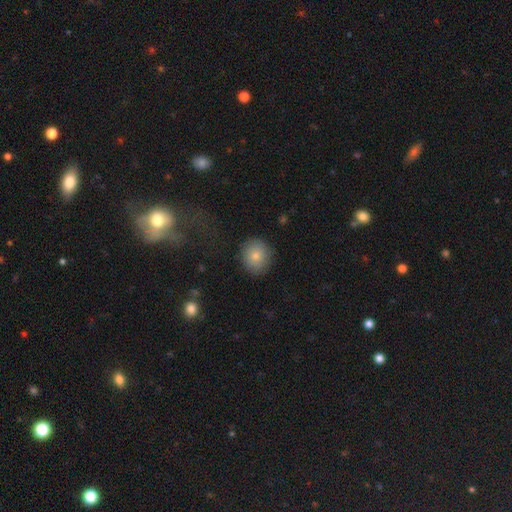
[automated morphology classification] Smooth or featured?
  - smooth: 81% *
  - featured or disk: 10%
  - star or artifact: 9%
How rounded?
  - round: 82% *
  - in between: 17%
  - cigar-shaped: 1%
Merging?
  - none: 86% *
  - minor disturbance: 10%
  - major disturbance: 3%
  - merger: 1%